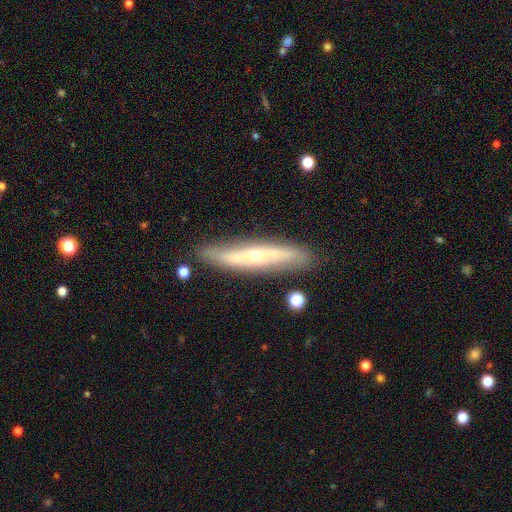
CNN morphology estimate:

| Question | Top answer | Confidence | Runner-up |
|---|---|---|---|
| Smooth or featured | featured or disk | 62% | smooth (32%) |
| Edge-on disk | yes | 72% | no (28%) |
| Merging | none | 83% | minor disturbance (12%) |